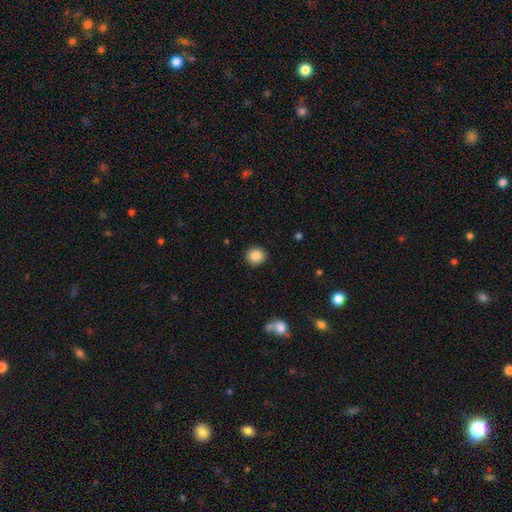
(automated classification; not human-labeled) A smooth galaxy with no disk features (85%) that is round (88%).

Vote fractions:
- Smooth or featured? smooth: 85% / star or artifact: 9% / featured or disk: 6%
- How rounded? round: 88% / in between: 11% / cigar-shaped: 1%
- Merging? none: 90% / minor disturbance: 7% / major disturbance: 2% / merger: 1%